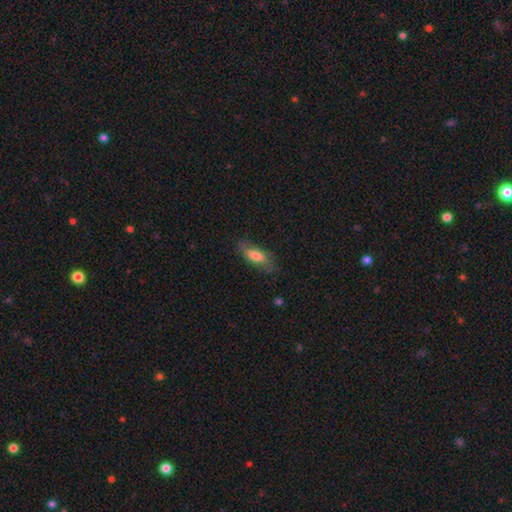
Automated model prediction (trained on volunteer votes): smooth 67%, featured or disk 26%, star or artifact 7%. Down the decision tree: how rounded — in between (73%); merging — none (72%).